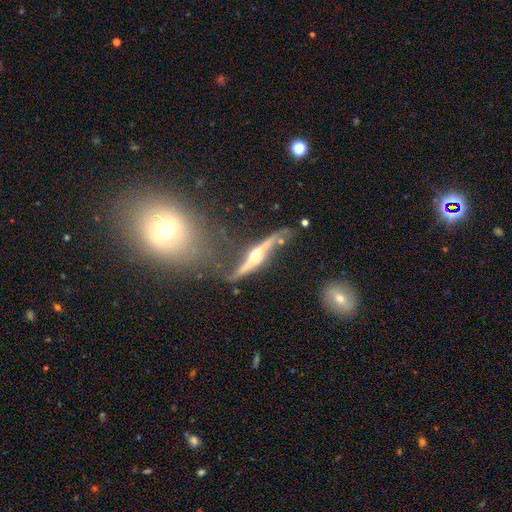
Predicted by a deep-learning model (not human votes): smooth-or-featured: featured or disk: 86% | smooth: 9% | star or artifact: 5%
  disk-edge-on: yes: 80% | no: 20%
    edge-on-bulge: rounded: 93% | boxy: 3% | none: 3%
  merging: none: 58% | minor disturbance: 21% | major disturbance: 11% | merger: 10%